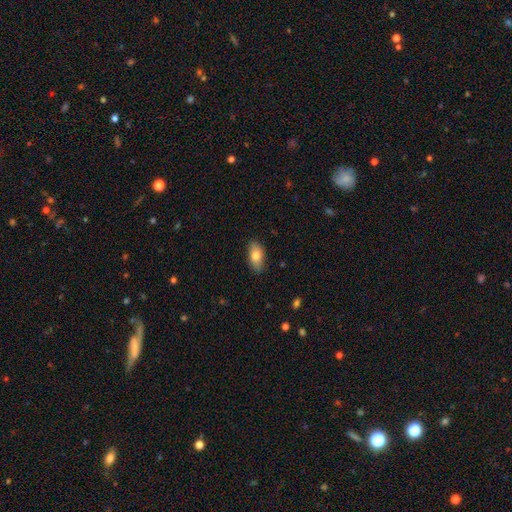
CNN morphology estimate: smooth-or-featured: smooth: 79% | featured or disk: 14% | star or artifact: 7%
  how-rounded: in between: 91% | cigar-shaped: 5% | round: 4%
  merging: none: 86% | minor disturbance: 11% | major disturbance: 2% | merger: 1%